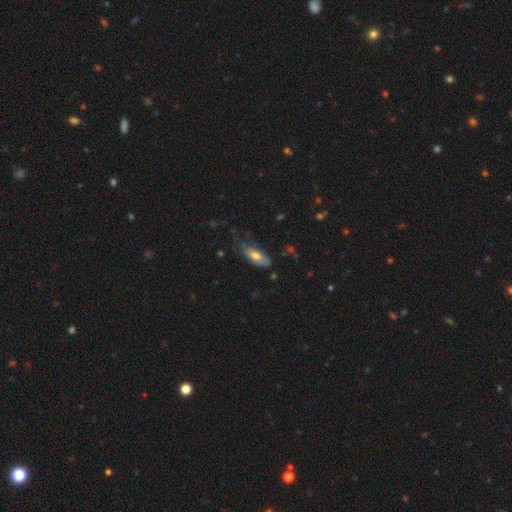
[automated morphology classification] Overall: smooth (65%; featured or disk 28%). How rounded: in between (75%). Merging: none (51%; minor disturbance 34%).